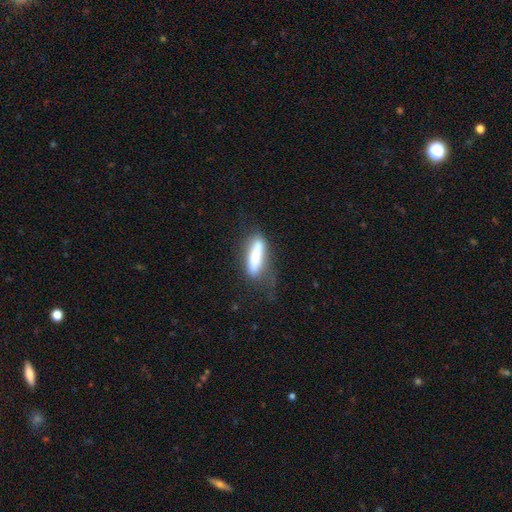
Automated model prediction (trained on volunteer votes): Smooth or featured? smooth (71%)
How rounded? cigar-shaped (64%)
Merging? none (55%)